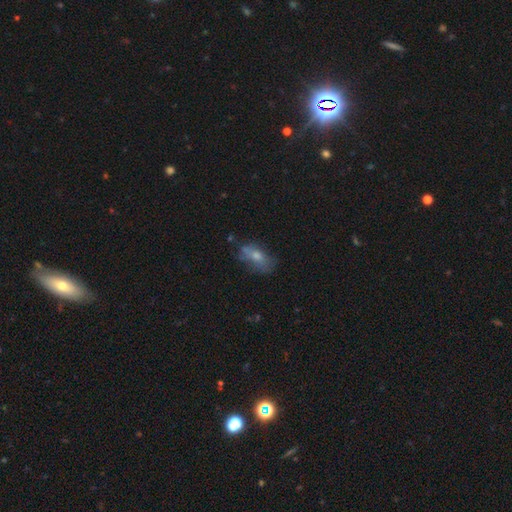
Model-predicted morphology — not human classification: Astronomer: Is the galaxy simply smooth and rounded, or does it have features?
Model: smooth — 61%.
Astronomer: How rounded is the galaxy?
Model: in between — 83%.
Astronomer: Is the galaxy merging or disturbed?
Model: none — 51% (runner-up: minor disturbance, 29%).